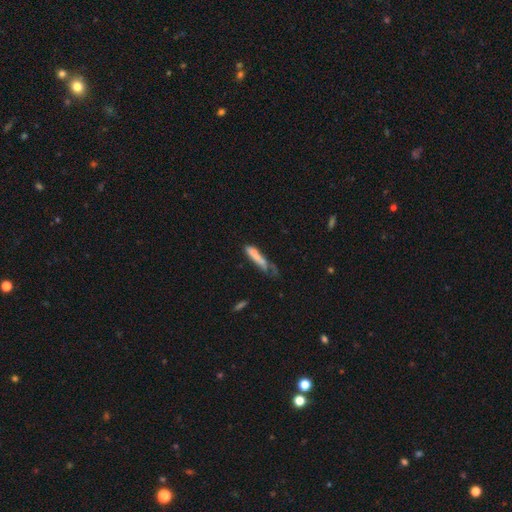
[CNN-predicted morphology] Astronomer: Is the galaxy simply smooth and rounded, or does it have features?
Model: smooth — 62%.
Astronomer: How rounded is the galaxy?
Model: cigar-shaped — 75%.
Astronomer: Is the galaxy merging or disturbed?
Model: major disturbance — 34% (runner-up: none, 26%).